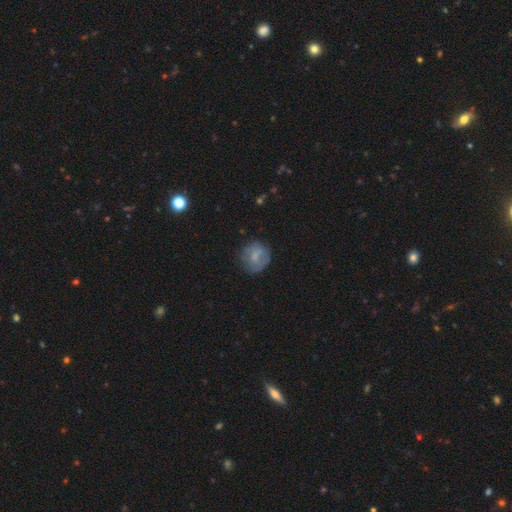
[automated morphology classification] Smooth or featured? smooth (62%)
How rounded? round (82%)
Merging? none (65%)